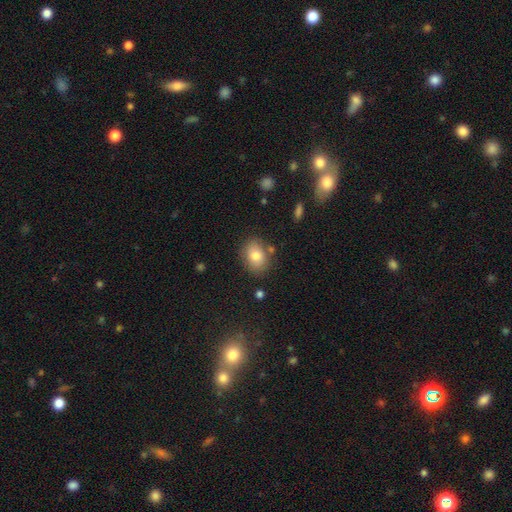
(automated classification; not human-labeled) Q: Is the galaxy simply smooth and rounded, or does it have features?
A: smooth — 78%.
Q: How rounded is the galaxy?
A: in between — 69%.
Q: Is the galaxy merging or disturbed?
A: none — 78%.